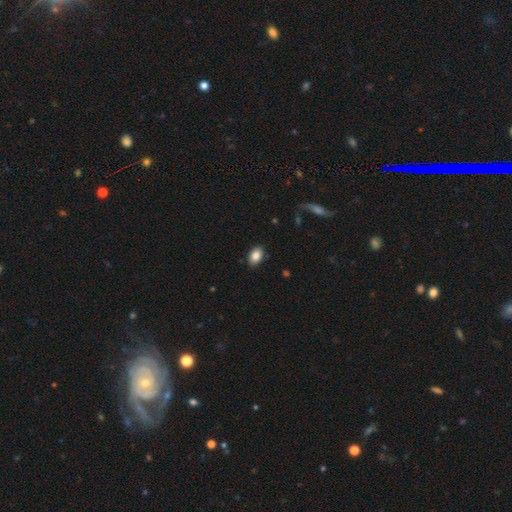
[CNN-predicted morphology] smooth_or_featured: smooth (p=0.86) [alt: star or artifact p=0.08]
how_rounded: in between (p=0.87) [alt: round p=0.12]
merging: none (p=0.86) [alt: minor disturbance p=0.10]